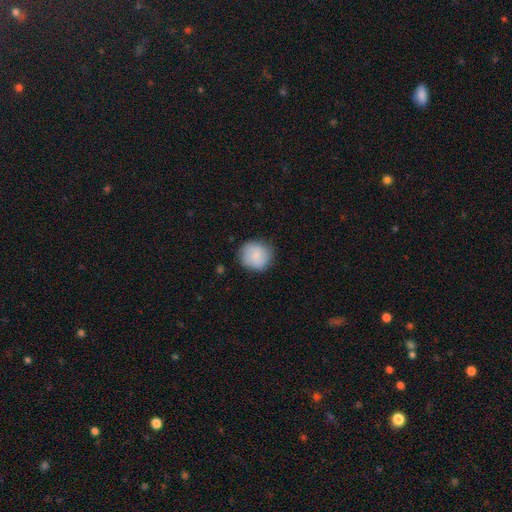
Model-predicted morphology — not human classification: Smooth or featured? Predicted: smooth (p=0.86). How rounded? Predicted: round (p=0.89). Merging? Predicted: none (p=0.82).